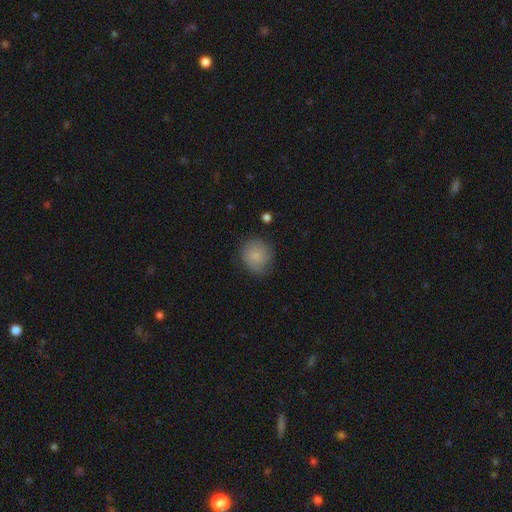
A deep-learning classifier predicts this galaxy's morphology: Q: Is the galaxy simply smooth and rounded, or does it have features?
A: smooth — 79%.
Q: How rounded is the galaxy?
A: round — 84%.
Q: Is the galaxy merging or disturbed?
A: none — 73%.